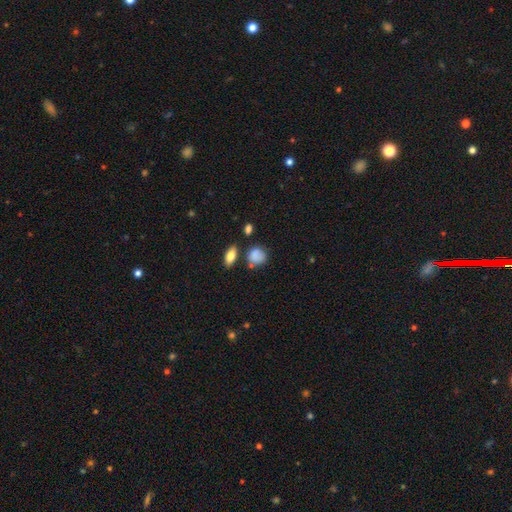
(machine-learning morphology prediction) Smooth or featured? Predicted: smooth (p=0.83). How rounded? Predicted: round (p=0.68). Merging? Predicted: none (p=0.62).